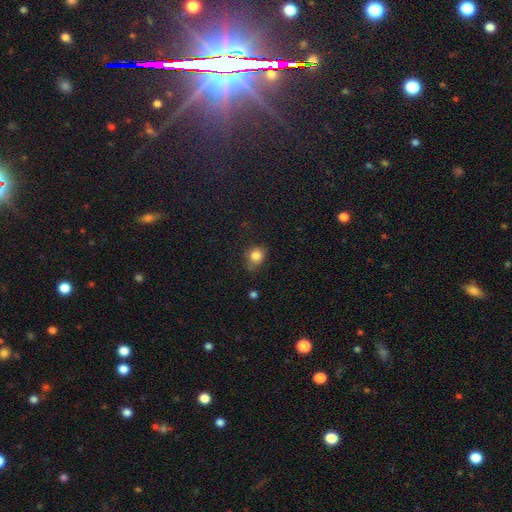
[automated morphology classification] Q: Smooth or featured?
A: smooth (82%); runner-up: star or artifact (11%)
Q: How rounded?
A: round (65%); runner-up: in between (34%)
Q: Merging?
A: none (62%); runner-up: minor disturbance (29%)